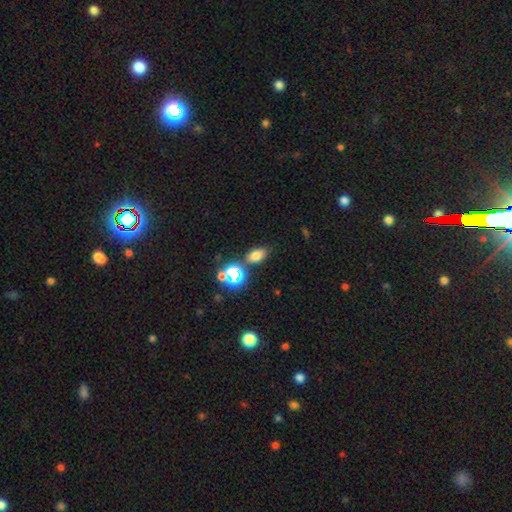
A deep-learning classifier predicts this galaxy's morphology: Smooth or featured? Predicted: smooth (p=0.68). How rounded? Predicted: in between (p=0.82). Merging? Predicted: none (p=0.75).